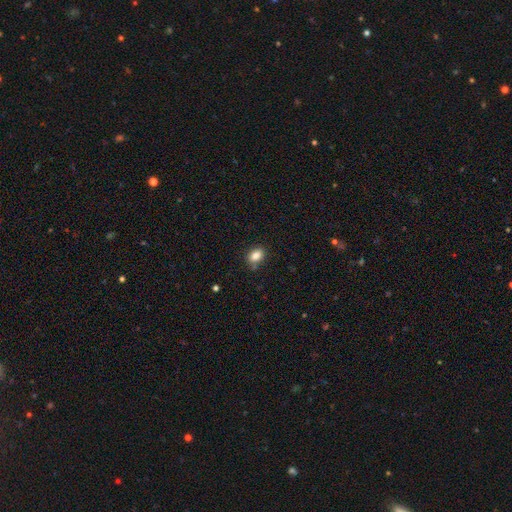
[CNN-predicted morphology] smooth-or-featured: smooth: 85% | star or artifact: 9% | featured or disk: 5%
  how-rounded: in between: 77% | round: 21% | cigar-shaped: 1%
  merging: none: 82% | minor disturbance: 12% | merger: 4% | major disturbance: 3%